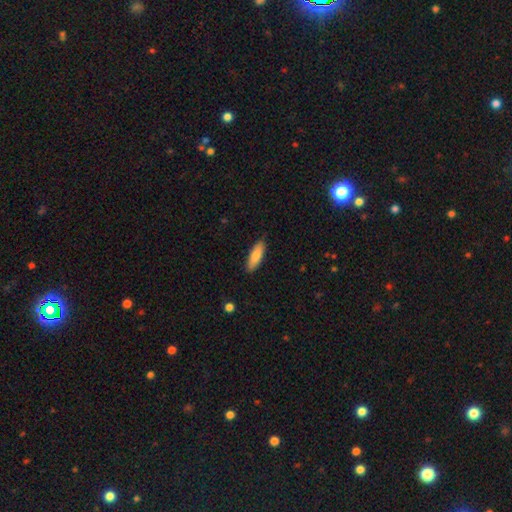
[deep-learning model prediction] Q: Smooth or featured?
A: smooth (82%); runner-up: featured or disk (12%)
Q: How rounded?
A: in between (53%); runner-up: cigar-shaped (46%)
Q: Merging?
A: none (86%); runner-up: minor disturbance (11%)